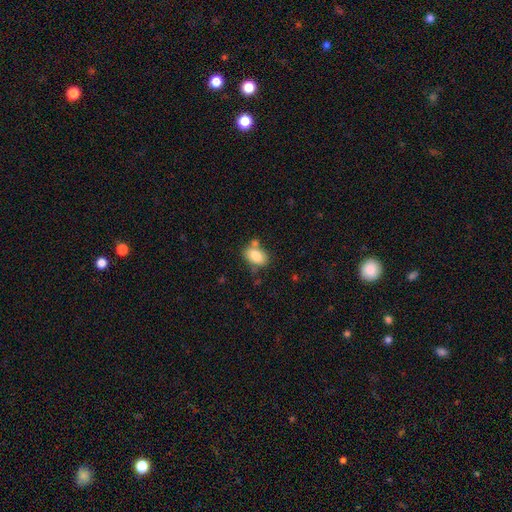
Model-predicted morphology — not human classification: The model was most divided on "merging": none: 61%, merger: 18%, minor disturbance: 16%, major disturbance: 4%. More confident: how rounded — in between (83%); smooth or featured — smooth (80%).